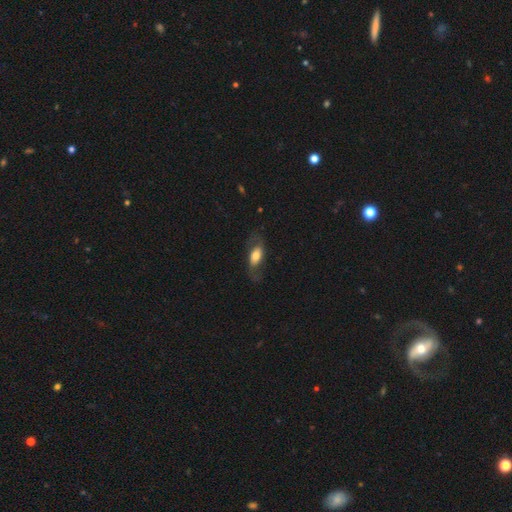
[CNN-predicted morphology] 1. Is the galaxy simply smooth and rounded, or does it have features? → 53% smooth, 41% featured or disk, 6% star or artifact.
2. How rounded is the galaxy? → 83% in between, 10% cigar-shaped, 7% round.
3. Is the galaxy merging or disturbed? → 65% none, 18% minor disturbance, 15% major disturbance, 1% merger.